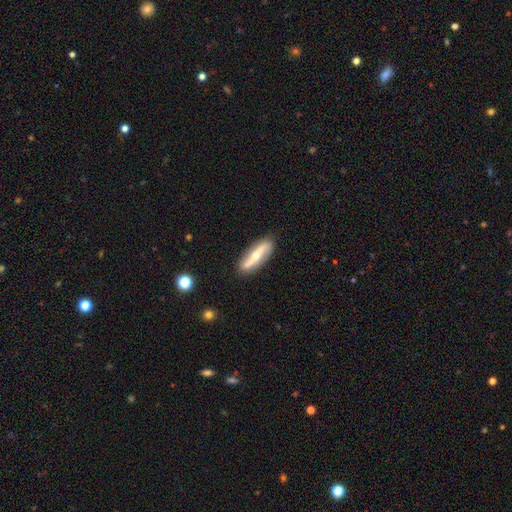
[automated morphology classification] smooth-or-featured: featured or disk: 70% | smooth: 26% | star or artifact: 5%
  disk-edge-on: no: 53% | yes: 47%
  merging: none: 87% | minor disturbance: 10% | major disturbance: 2% | merger: 1%